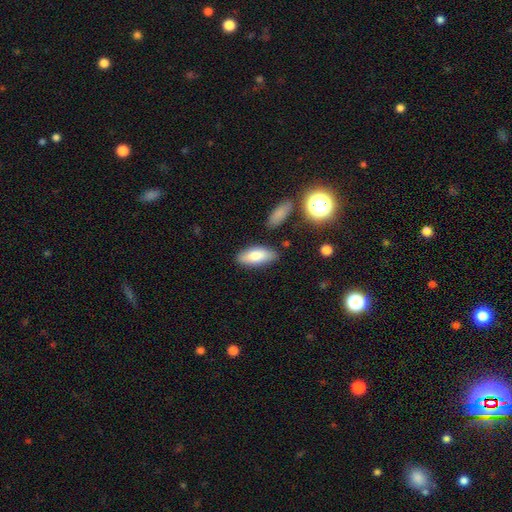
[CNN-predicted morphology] smooth-or-featured: smooth: 80% | featured or disk: 13% | star or artifact: 7%
  how-rounded: in between: 81% | cigar-shaped: 16% | round: 2%
  merging: none: 81% | minor disturbance: 13% | merger: 4% | major disturbance: 3%